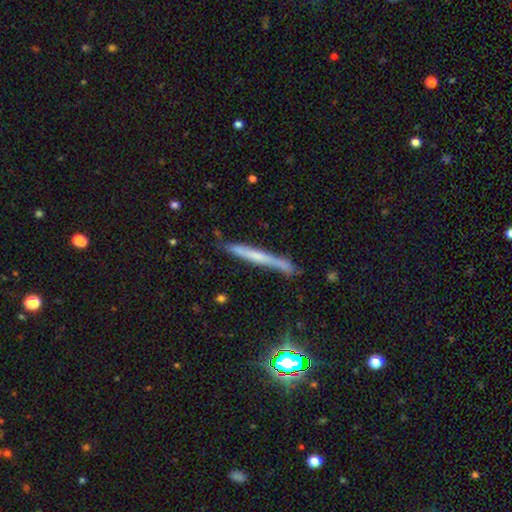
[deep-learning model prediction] This appears to be a smooth galaxy with no disk features (49%). Merging: none (75%).